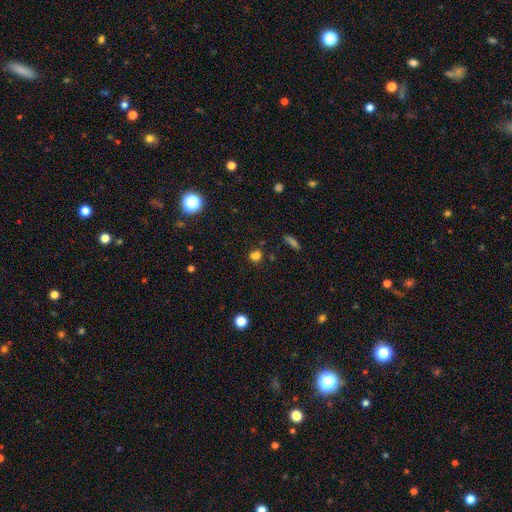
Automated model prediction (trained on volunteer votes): Morphology: type=smooth (70%); roundness=round (74%); merging=none (74%).